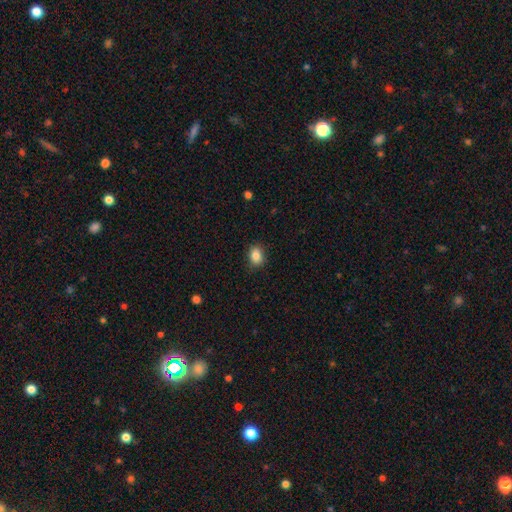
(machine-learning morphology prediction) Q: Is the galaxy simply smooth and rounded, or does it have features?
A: smooth — 86%.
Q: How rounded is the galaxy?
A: in between — 59%.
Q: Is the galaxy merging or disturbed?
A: none — 87%.